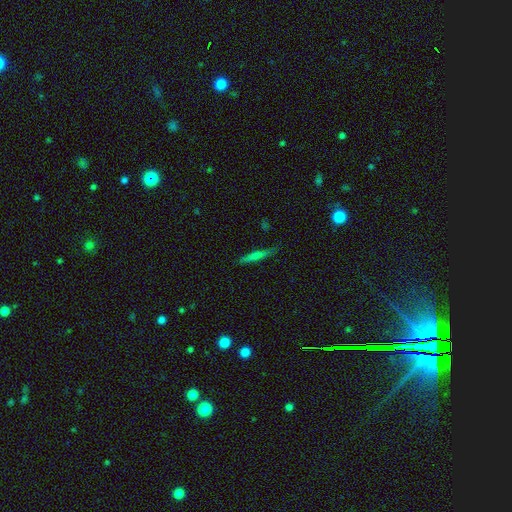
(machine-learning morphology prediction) Overall: smooth (50%; featured or disk 42%). Merging: none (85%).